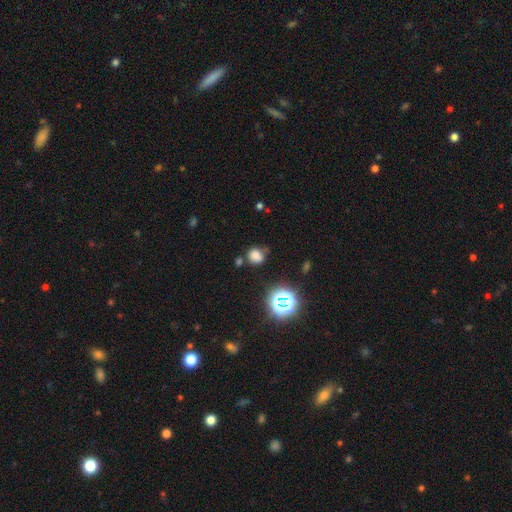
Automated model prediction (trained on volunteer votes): The model was most divided on "how rounded": round: 69%, in between: 30%, cigar-shaped: 1%. More confident: smooth or featured — smooth (72%); merging — none (64%).